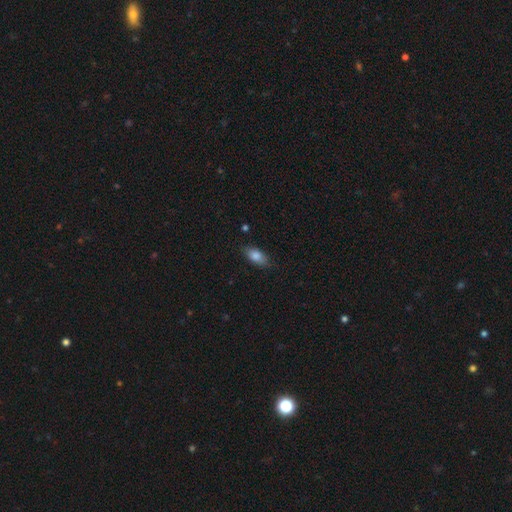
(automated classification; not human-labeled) smooth_or_featured: smooth (p=0.81) [alt: featured or disk p=0.11]
how_rounded: in between (p=0.87) [alt: cigar-shaped p=0.09]
merging: none (p=0.82) [alt: minor disturbance p=0.14]